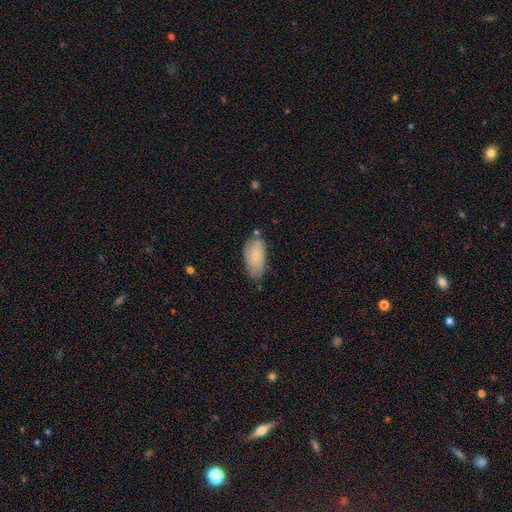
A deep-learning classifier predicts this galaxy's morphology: type=smooth (67%); roundness=in between (92%); merging=none (59%).